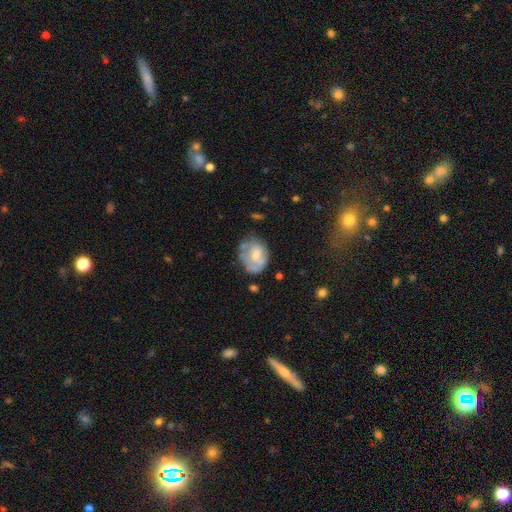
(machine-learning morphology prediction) A smooth galaxy with no disk features (49%).

Vote fractions:
- Smooth or featured? smooth: 49% / featured or disk: 43% / star or artifact: 8%
- Merging? none: 48% / minor disturbance: 29% / major disturbance: 17% / merger: 6%